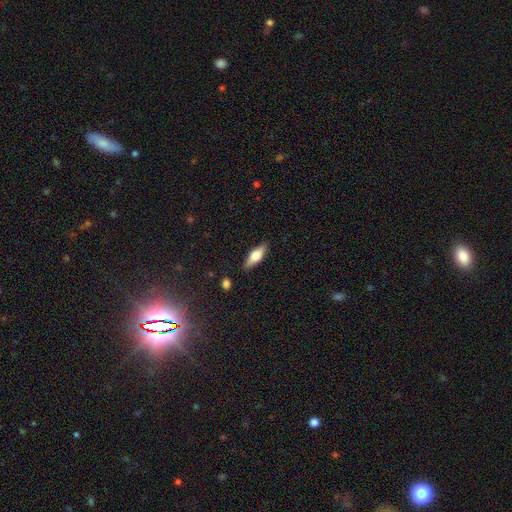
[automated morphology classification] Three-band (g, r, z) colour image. It shows a smooth galaxy with no disk features (53%) that is in between round and cigar-shaped (55%). Merging: none (87%).